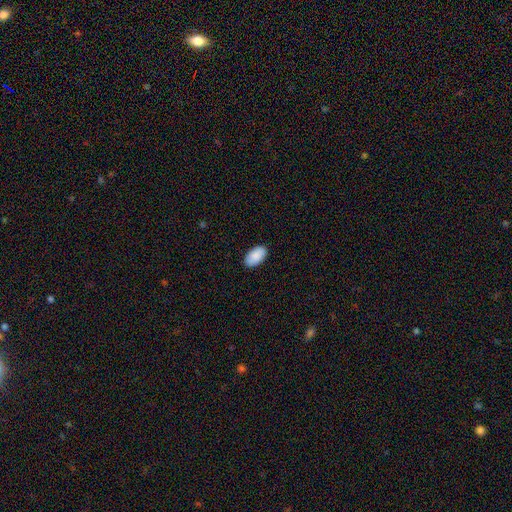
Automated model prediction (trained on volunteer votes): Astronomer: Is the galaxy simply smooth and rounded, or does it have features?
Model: smooth — 90%.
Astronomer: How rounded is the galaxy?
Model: in between — 95%.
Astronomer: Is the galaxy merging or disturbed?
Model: none — 89%.